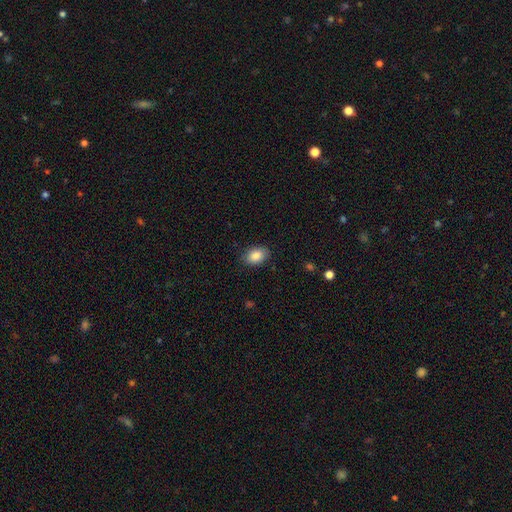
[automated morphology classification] The model was most divided on "how rounded": in between: 83%, round: 16%, cigar-shaped: 1%. More confident: smooth or featured — smooth (87%); merging — none (86%).